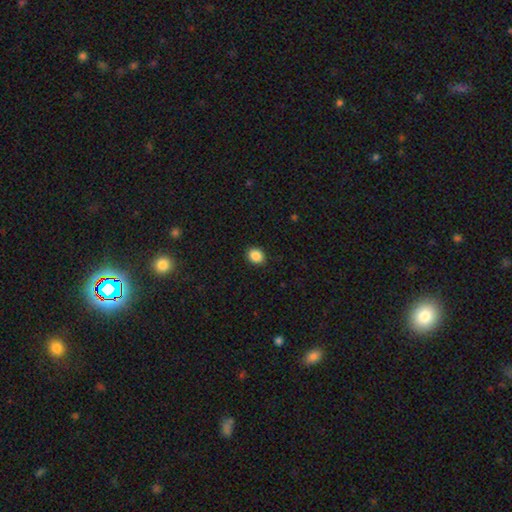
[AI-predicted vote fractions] smooth_or_featured: smooth (p=0.88) [alt: star or artifact p=0.09]
how_rounded: round (p=0.66) [alt: in between p=0.33]
merging: none (p=0.91) [alt: minor disturbance p=0.06]